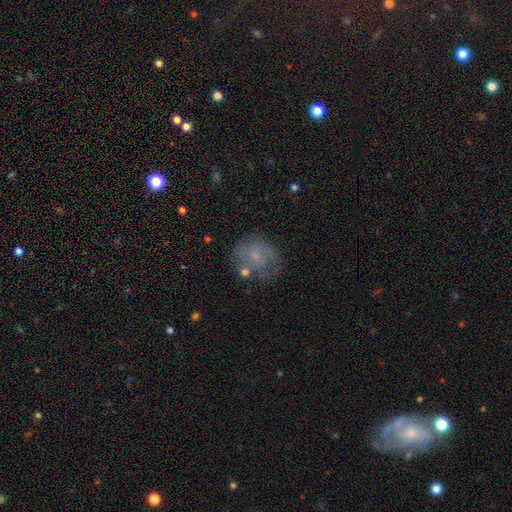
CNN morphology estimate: Smooth or featured? smooth (50%)
Merging? none (57%)